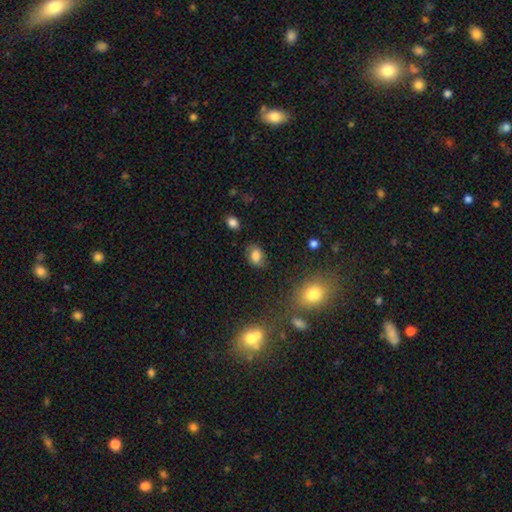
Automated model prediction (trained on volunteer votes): This appears to be a smooth galaxy with no disk features (80%) that is in between round and cigar-shaped (76%). Merging: none (76%).